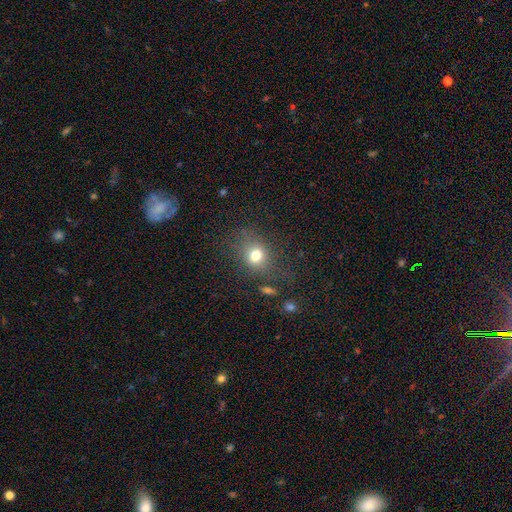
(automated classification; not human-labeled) smooth-or-featured: smooth: 74% | star or artifact: 15% | featured or disk: 10%
  how-rounded: round: 62% | in between: 37% | cigar-shaped: 1%
  merging: none: 69% | minor disturbance: 17% | major disturbance: 10% | merger: 3%